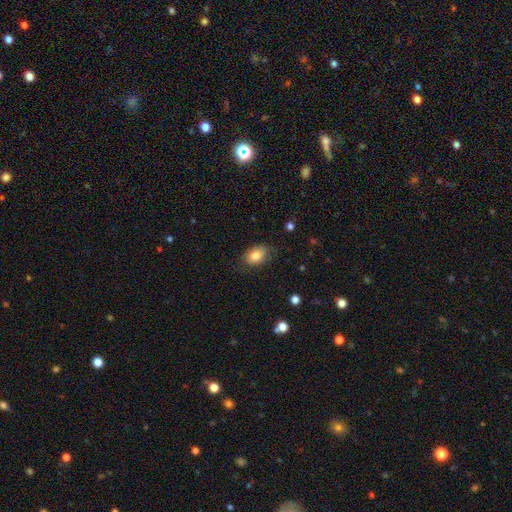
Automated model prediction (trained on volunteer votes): Smooth or featured?
  - smooth: 82% *
  - featured or disk: 10%
  - star or artifact: 8%
How rounded?
  - in between: 83% *
  - round: 15%
  - cigar-shaped: 1%
Merging?
  - none: 74% *
  - minor disturbance: 20%
  - major disturbance: 5%
  - merger: 1%